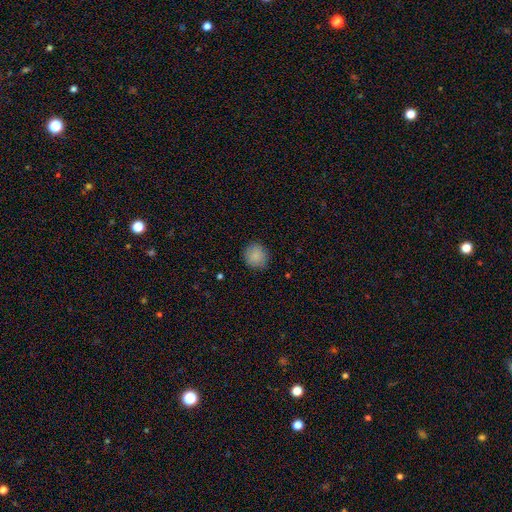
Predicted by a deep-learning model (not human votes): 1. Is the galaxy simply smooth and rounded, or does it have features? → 87% smooth, 8% star or artifact, 4% featured or disk.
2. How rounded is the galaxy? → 90% round, 9% in between, 1% cigar-shaped.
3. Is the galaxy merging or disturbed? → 87% none, 9% minor disturbance, 2% major disturbance, 1% merger.